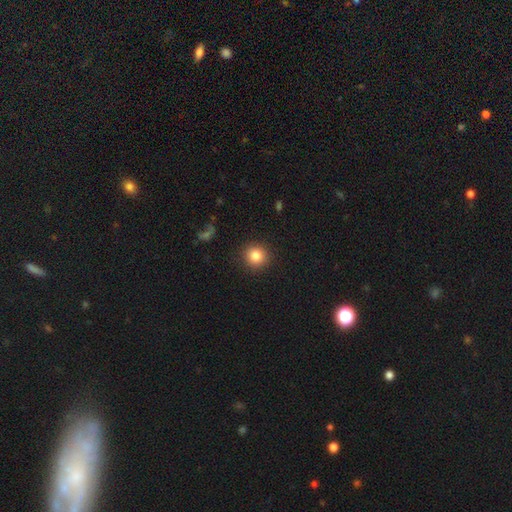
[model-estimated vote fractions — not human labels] A smooth galaxy with no disk features (84%) that is round (93%). Merging: none (91%).